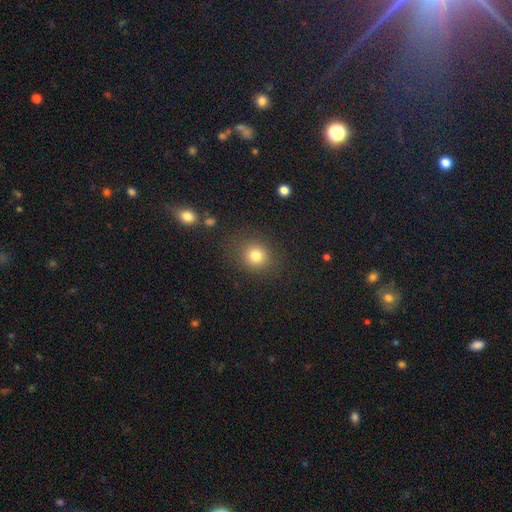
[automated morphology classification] smooth-or-featured: smooth: 80% | star or artifact: 13% | featured or disk: 7%
  how-rounded: round: 80% | in between: 19% | cigar-shaped: 1%
  merging: none: 84% | minor disturbance: 10% | major disturbance: 4% | merger: 2%